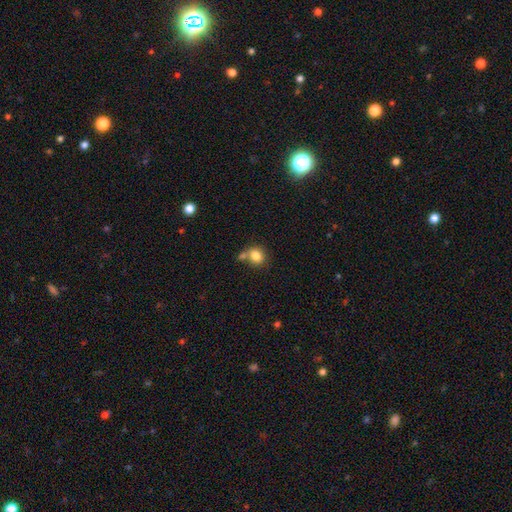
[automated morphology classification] This appears to be a smooth galaxy with no disk features (82%) that is round (70%). Merging: none (53%).